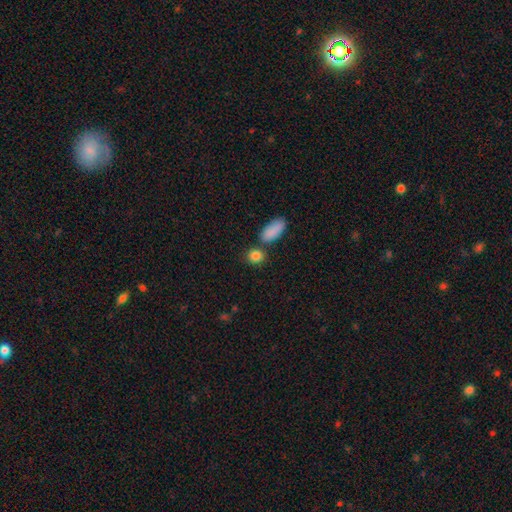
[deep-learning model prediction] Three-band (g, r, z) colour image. It shows a smooth galaxy with no disk features (86%) that is round (64%). Merging: none (69%).